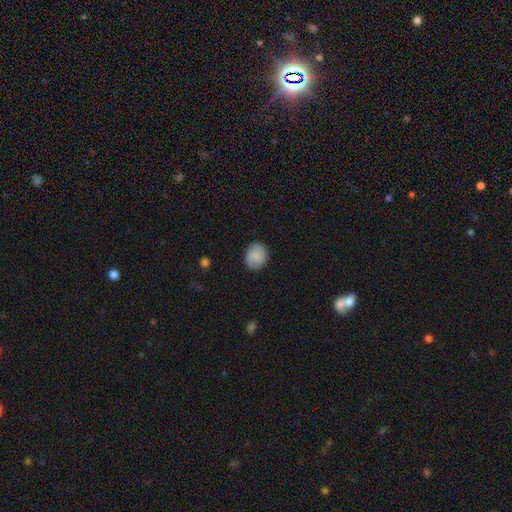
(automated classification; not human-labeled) smooth 66%, featured or disk 26%, star or artifact 8%. Down the decision tree: how rounded — round (74%); merging — none (84%).